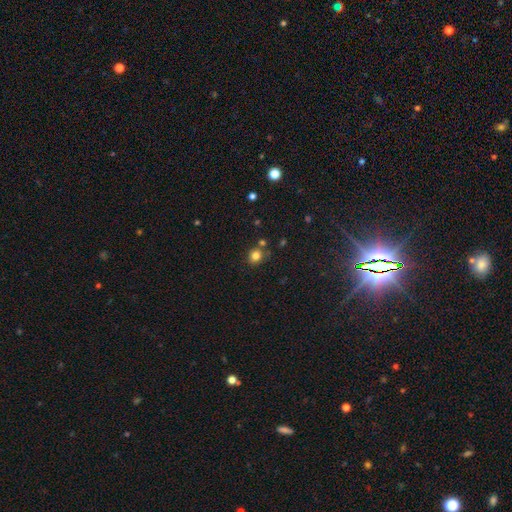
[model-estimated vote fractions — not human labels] Morphology: type=smooth (81%); roundness=round (81%); merging=none (74%).